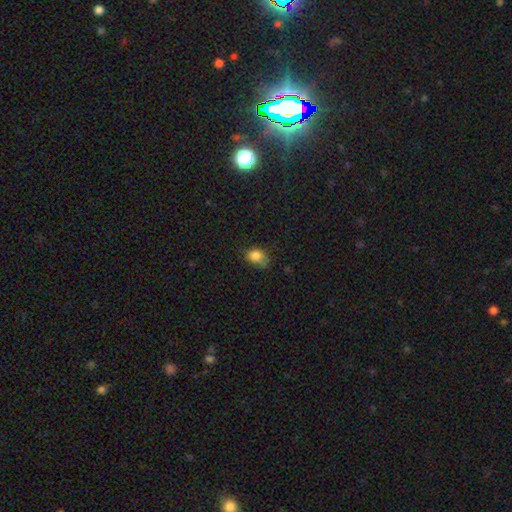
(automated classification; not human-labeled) smooth_or_featured: smooth (p=0.84) [alt: star or artifact p=0.10]
how_rounded: in between (p=0.62) [alt: round p=0.37]
merging: none (p=0.50) [alt: minor disturbance p=0.35]